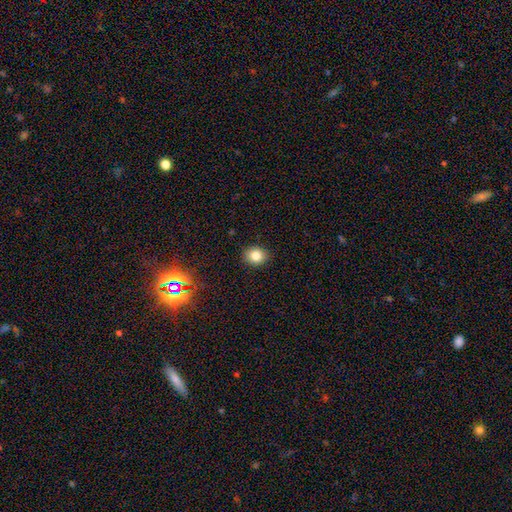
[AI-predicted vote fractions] smooth_or_featured: smooth (p=0.82) [alt: star or artifact p=0.12]
how_rounded: round (p=0.59) [alt: in between p=0.40]
merging: none (p=0.89) [alt: minor disturbance p=0.08]